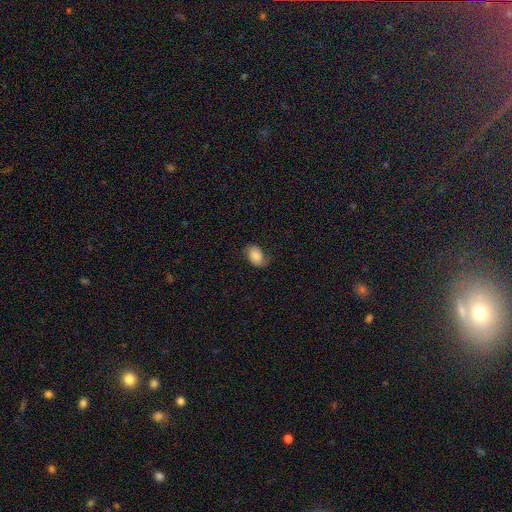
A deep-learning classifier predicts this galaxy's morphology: Q: Smooth or featured?
A: smooth (75%); runner-up: featured or disk (16%)
Q: How rounded?
A: in between (82%); runner-up: round (17%)
Q: Merging?
A: none (64%); runner-up: minor disturbance (25%)